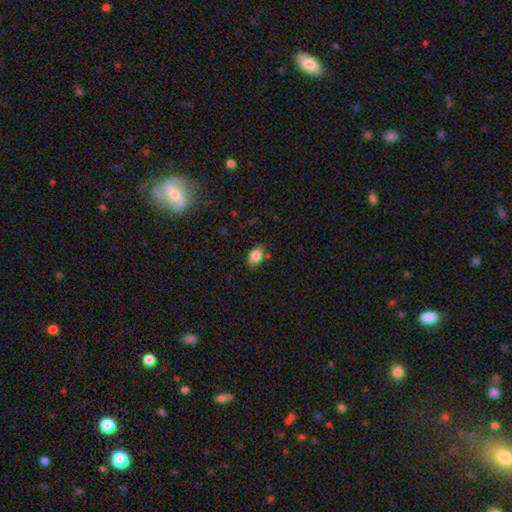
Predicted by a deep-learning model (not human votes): Smooth or featured? smooth (83%)
How rounded? in between (83%)
Merging? none (79%)